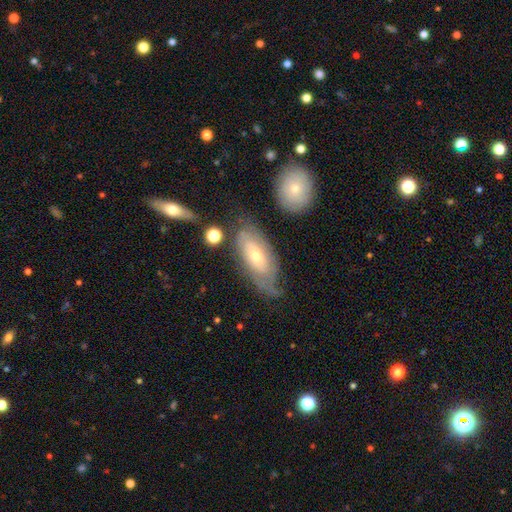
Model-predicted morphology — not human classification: smooth_or_featured: featured or disk (p=0.57) [alt: smooth p=0.36]
disk_edge_on: no (p=0.85) [alt: yes p=0.15]
merging: none (p=0.55) [alt: minor disturbance p=0.27]